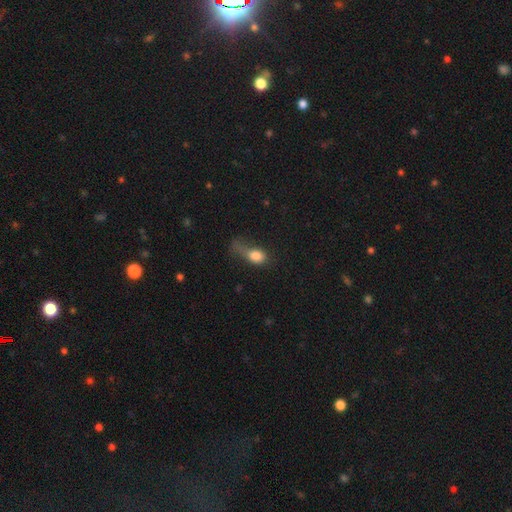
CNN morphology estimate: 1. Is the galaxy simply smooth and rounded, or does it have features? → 77% smooth, 13% featured or disk, 10% star or artifact.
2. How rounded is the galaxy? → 66% in between, 29% round, 4% cigar-shaped.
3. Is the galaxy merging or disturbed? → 52% major disturbance, 22% minor disturbance, 19% none, 8% merger.